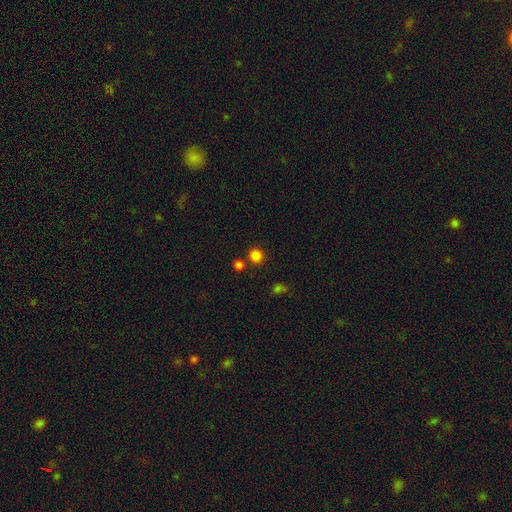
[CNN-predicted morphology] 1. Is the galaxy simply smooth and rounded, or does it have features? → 82% smooth, 14% star or artifact, 4% featured or disk.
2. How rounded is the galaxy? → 91% round, 8% in between, 1% cigar-shaped.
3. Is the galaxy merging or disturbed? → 80% none, 10% merger, 7% minor disturbance, 3% major disturbance.